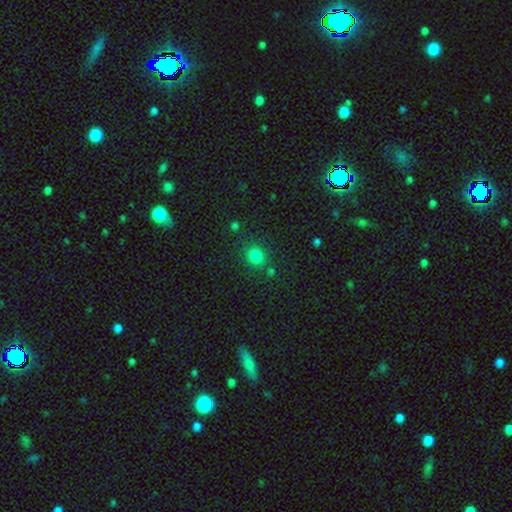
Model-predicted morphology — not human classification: This is clearly a smooth galaxy (80%). How rounded: likely round (75%). Merging: likely none (79%).